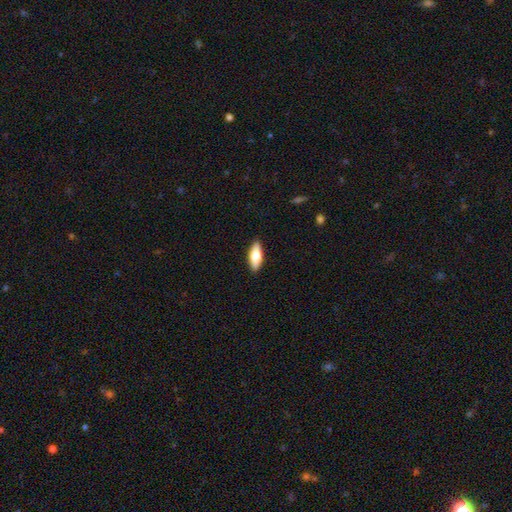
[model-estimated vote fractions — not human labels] Smooth or featured? smooth (64%)
How rounded? in between (69%)
Merging? none (90%)